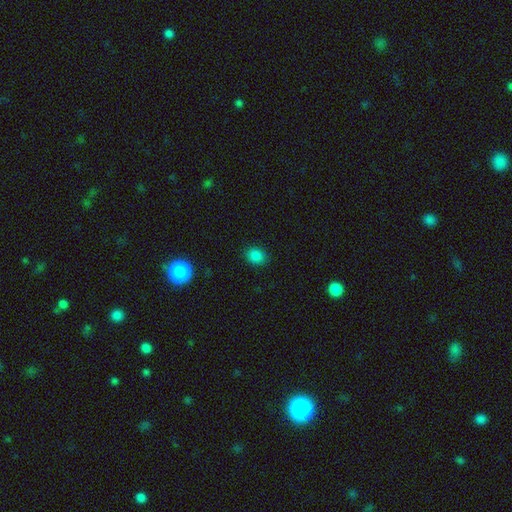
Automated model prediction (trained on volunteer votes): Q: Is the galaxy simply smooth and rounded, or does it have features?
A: smooth — 83%.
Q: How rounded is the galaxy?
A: round — 51%.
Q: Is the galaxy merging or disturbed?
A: none — 88%.